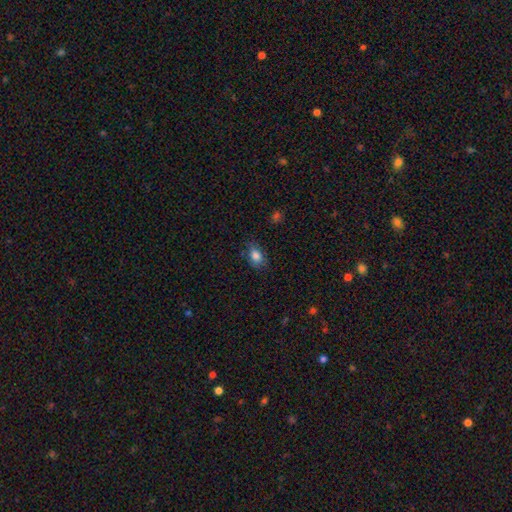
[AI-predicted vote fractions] Smooth or featured?
  - smooth: 83% *
  - star or artifact: 9%
  - featured or disk: 7%
How rounded?
  - in between: 79% *
  - round: 19%
  - cigar-shaped: 2%
Merging?
  - none: 75% *
  - minor disturbance: 19%
  - major disturbance: 4%
  - merger: 2%